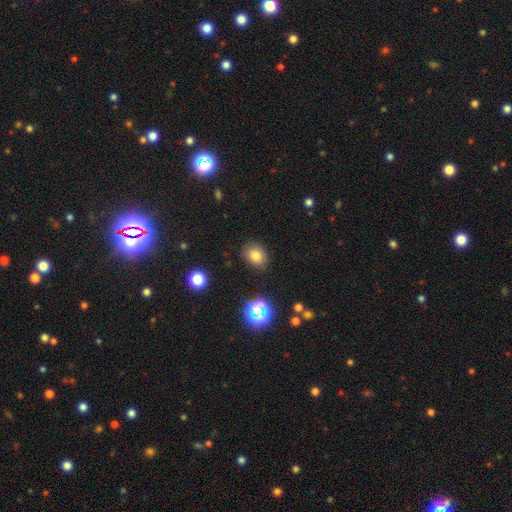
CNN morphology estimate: Smooth or featured? Predicted: smooth (p=0.76). How rounded? Predicted: in between (p=0.55). Merging? Predicted: none (p=0.84).